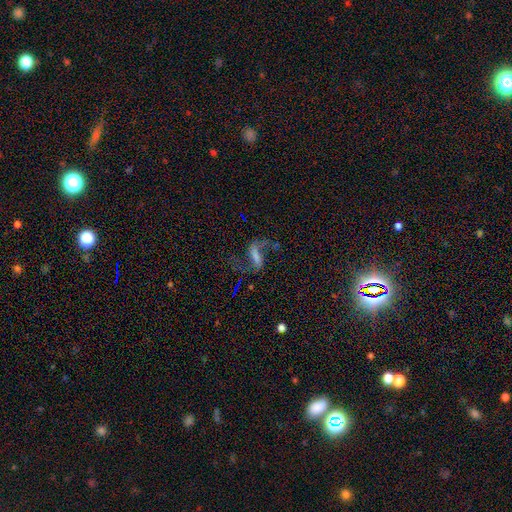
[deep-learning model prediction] smooth-or-featured: featured or disk: 73% | star or artifact: 14% | smooth: 14%
  disk-edge-on: no: 93% | yes: 7%
    bar: strong: 48% | weak: 37% | no: 15%
    has-spiral-arms: yes: 90% | no: 10%
      spiral-winding: loose: 78% | medium: 18% | tight: 4%
      spiral-arm-count: 2: 89% | 1: 5% | can't tell: 3% | 3: 1% | 4: 1% | more than 4: 1%
    bulge-size: none: 38% | small: 28% | moderate: 23% | large: 8% | dominant: 2%
  merging: none: 60% | major disturbance: 22% | minor disturbance: 15% | merger: 4%